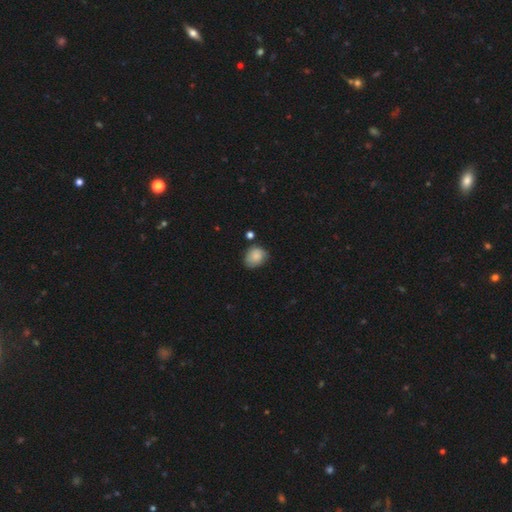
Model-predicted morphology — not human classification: Smooth or featured: smooth — 80% (featured or disk — 12%)
How rounded: in between — 51% (round — 48%)
Merging: none — 61% (minor disturbance — 29%)